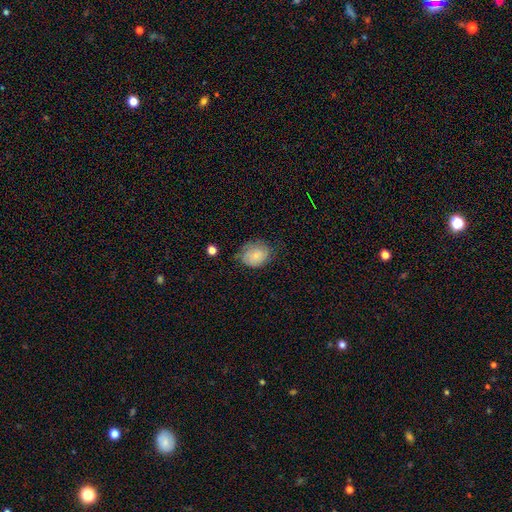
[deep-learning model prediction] Smooth or featured? smooth (67%)
How rounded? round (50%)
Merging? none (58%)